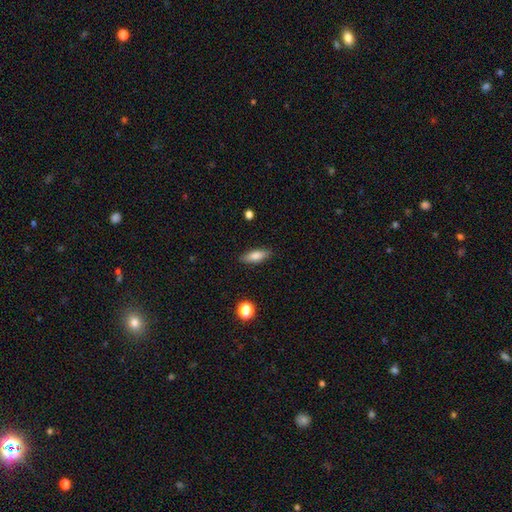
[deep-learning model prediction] Smooth or featured?
  - smooth: 78% *
  - featured or disk: 14%
  - star or artifact: 7%
How rounded?
  - in between: 63% *
  - cigar-shaped: 35%
  - round: 3%
Merging?
  - none: 87% *
  - minor disturbance: 9%
  - major disturbance: 2%
  - merger: 1%